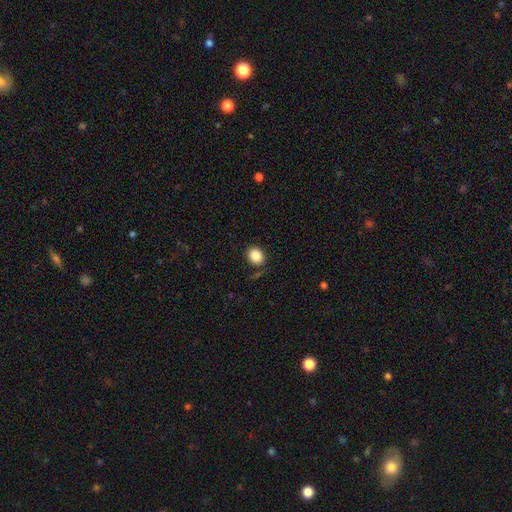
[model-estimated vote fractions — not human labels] Morphology: type=smooth (87%); roundness=round (61%); merging=none (84%).